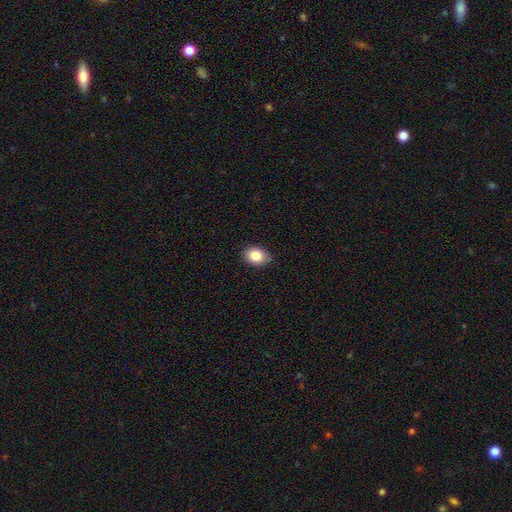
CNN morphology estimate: Q: Smooth or featured?
A: smooth (85%); runner-up: star or artifact (9%)
Q: How rounded?
A: in between (61%); runner-up: round (38%)
Q: Merging?
A: none (86%); runner-up: minor disturbance (11%)